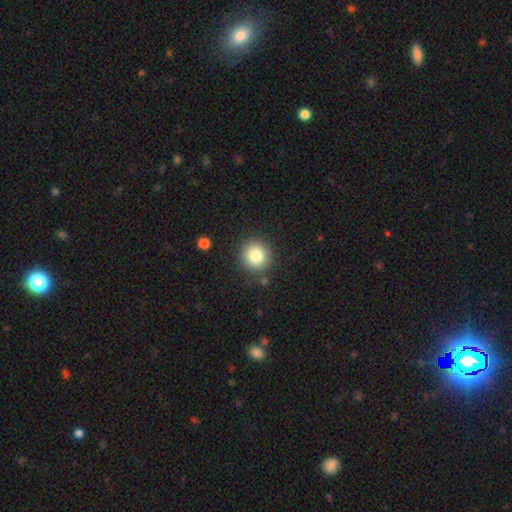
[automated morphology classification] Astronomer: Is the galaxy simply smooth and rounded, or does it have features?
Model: smooth — 83%.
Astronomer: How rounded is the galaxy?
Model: round — 90%.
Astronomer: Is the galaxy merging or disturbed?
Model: none — 86%.